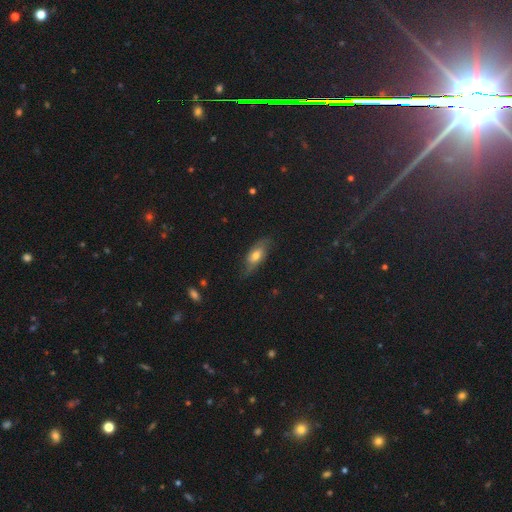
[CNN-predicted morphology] A smooth galaxy with no disk features (48%).

Vote fractions:
- Smooth or featured? smooth: 48% / featured or disk: 43% / star or artifact: 9%
- Merging? none: 70% / minor disturbance: 22% / major disturbance: 7% / merger: 1%